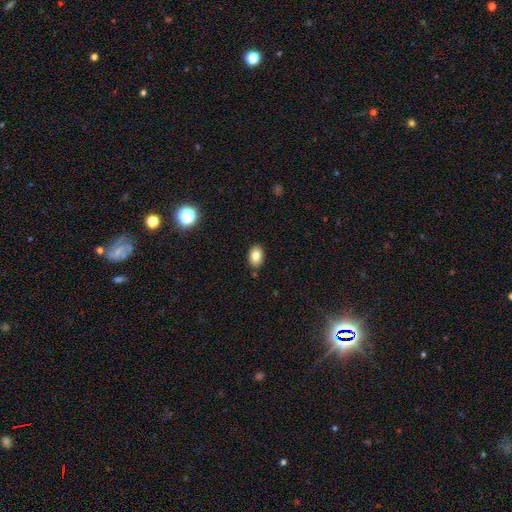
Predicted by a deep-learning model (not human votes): This is clearly a smooth galaxy (83%). How rounded: clearly in between (82%). Merging: clearly none (87%).